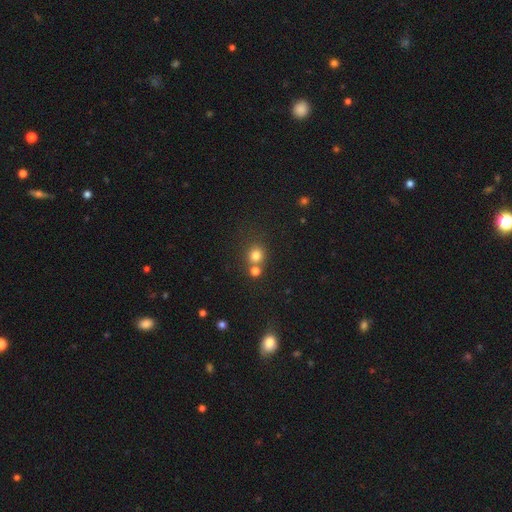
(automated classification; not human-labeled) This appears to be a smooth galaxy with no disk features (77%) that is round (86%). Merging: none (56%).